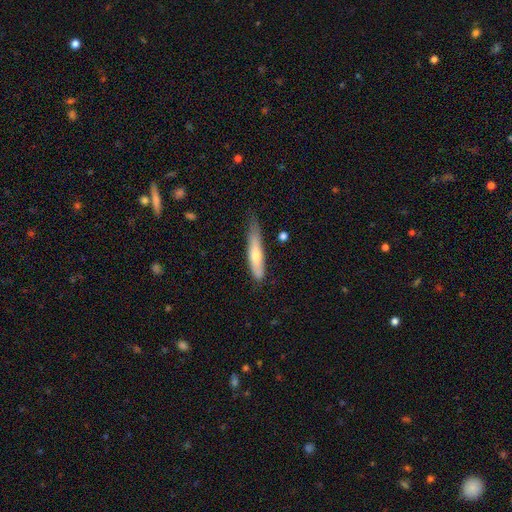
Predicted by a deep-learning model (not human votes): A smooth galaxy with no disk features (56%) that is cigar-shaped (85%). Merging: none (58%).